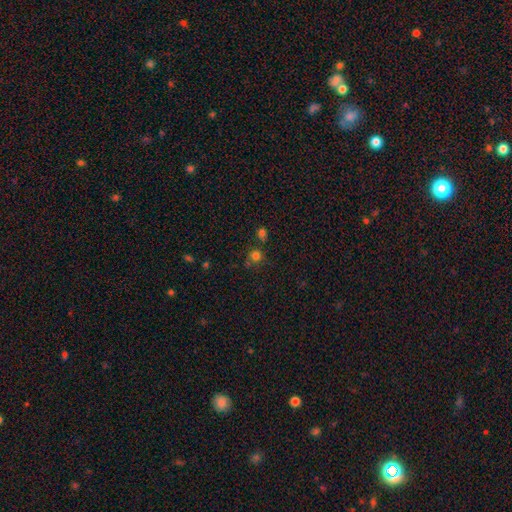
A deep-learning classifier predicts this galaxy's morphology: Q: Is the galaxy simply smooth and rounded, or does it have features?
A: smooth — 72%.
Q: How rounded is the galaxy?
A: round — 90%.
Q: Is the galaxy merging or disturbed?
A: none — 67%.